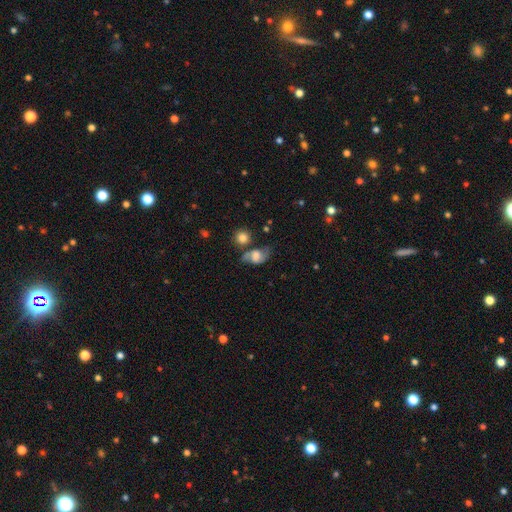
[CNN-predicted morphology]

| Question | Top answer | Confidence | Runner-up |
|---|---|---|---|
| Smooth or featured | featured or disk | 60% | smooth (30%) |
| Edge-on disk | no | 95% | yes (5%) |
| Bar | no | 49% | weak (40%) |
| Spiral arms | yes | 89% | no (11%) |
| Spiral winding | loose | 54% | medium (35%) |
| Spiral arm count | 2 | 88% | can't tell (5%) |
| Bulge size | moderate | 36% | large (28%) |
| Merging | none | 52% | minor disturbance (21%) |